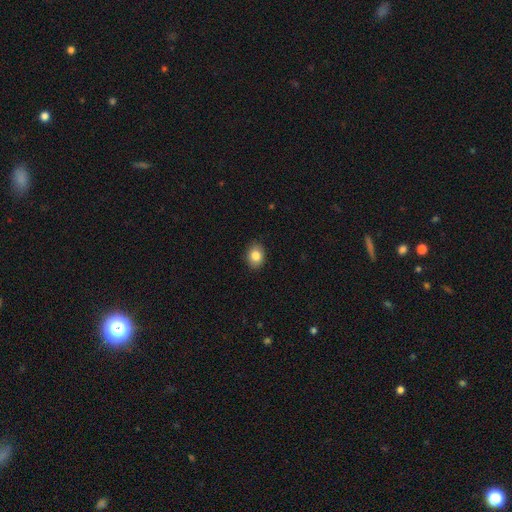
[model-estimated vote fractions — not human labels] Morphology: type=smooth (84%); roundness=in between (60%); merging=none (89%).